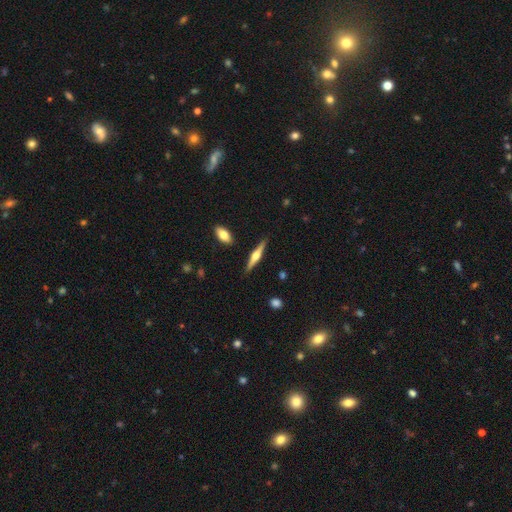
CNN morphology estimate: Smooth or featured: featured or disk — 70% (smooth — 24%)
Edge-on disk: yes — 97% (no — 3%)
Edge-on bulge: rounded — 91% (boxy — 6%)
Merging: none — 88% (minor disturbance — 8%)